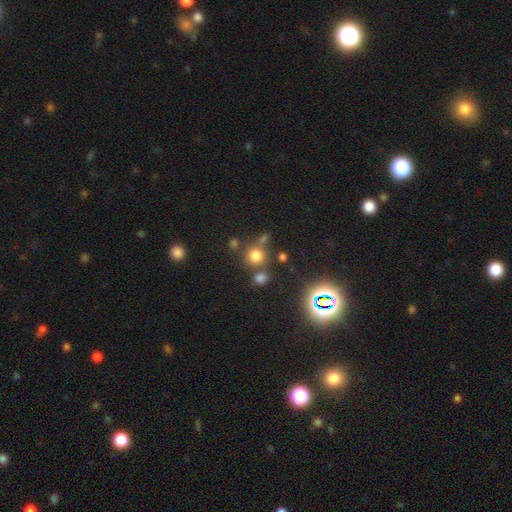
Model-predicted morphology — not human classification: The model was most divided on "smooth or featured": smooth: 70%, star or artifact: 22%, featured or disk: 8%. More confident: how rounded — round (89%); merging — none (66%).